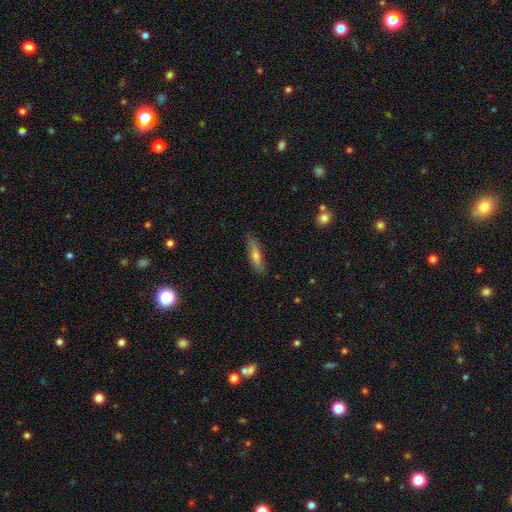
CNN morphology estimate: smooth-or-featured: smooth: 59% | featured or disk: 34% | star or artifact: 7%
  how-rounded: cigar-shaped: 72% | in between: 26% | round: 2%
  merging: none: 84% | minor disturbance: 13% | major disturbance: 2% | merger: 1%